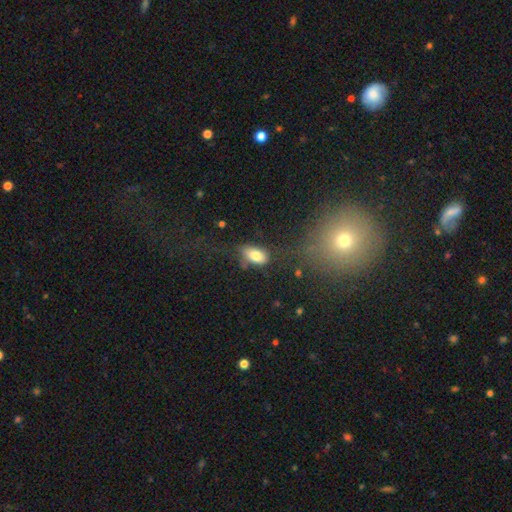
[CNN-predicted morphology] type=smooth (80%); roundness=in between (91%); merging=none (51%).